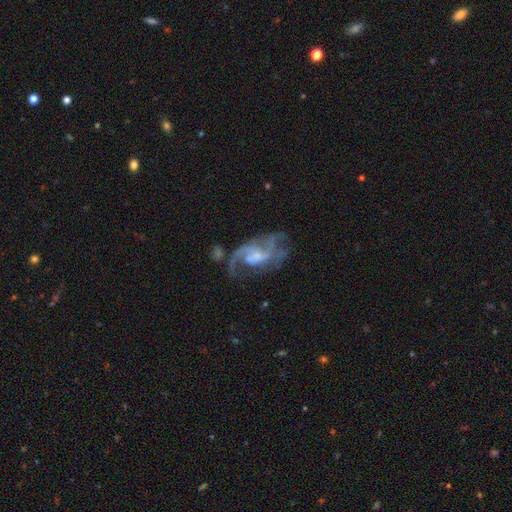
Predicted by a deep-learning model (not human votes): Q: Smooth or featured?
A: featured or disk (82%); runner-up: smooth (11%)
Q: Edge-on disk?
A: no (97%); runner-up: yes (3%)
Q: Bar?
A: no (53%); runner-up: weak (39%)
Q: Spiral arms?
A: yes (88%); runner-up: no (12%)
Q: Spiral winding?
A: loose (47%); runner-up: medium (40%)
Q: Spiral arm count?
A: 2 (42%); runner-up: can't tell (18%)
Q: Bulge size?
A: small (44%); runner-up: moderate (29%)
Q: Merging?
A: none (39%); runner-up: major disturbance (37%)